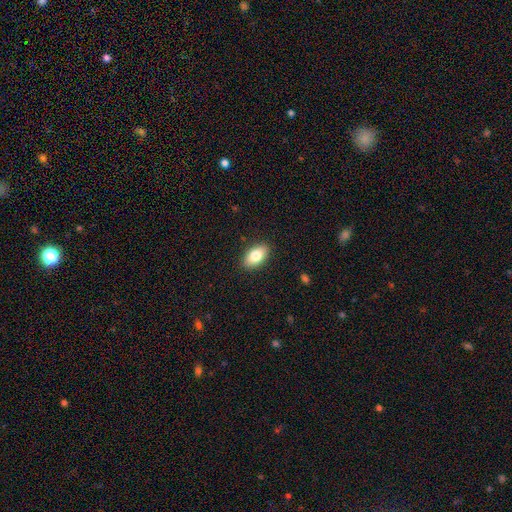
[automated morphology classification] type=smooth (81%); roundness=in between (92%); merging=none (89%).